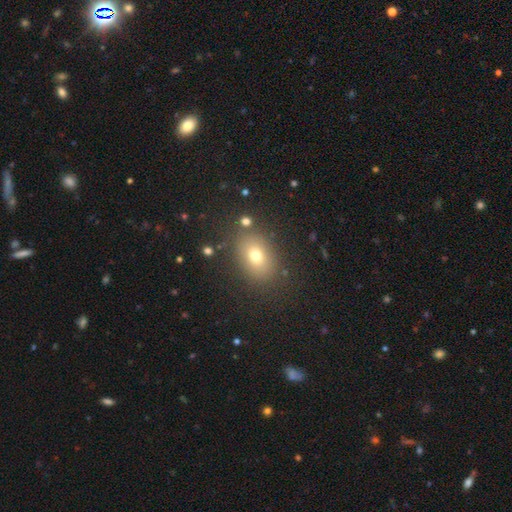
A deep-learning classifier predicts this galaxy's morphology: smooth 72%, star or artifact 16%, featured or disk 13%. Down the decision tree: how rounded — in between (71%); merging — none (83%).